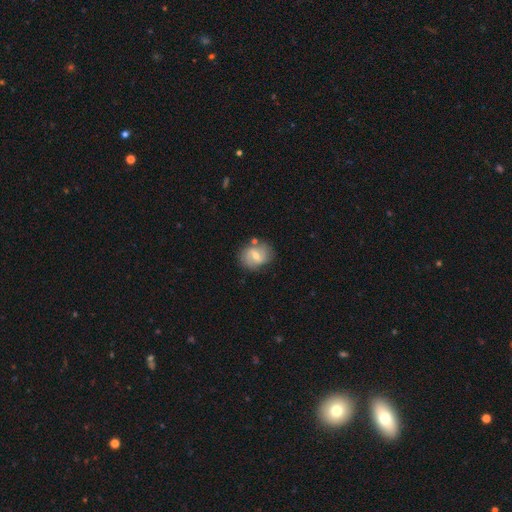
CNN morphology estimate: Smooth or featured?
  - featured or disk: 55% *
  - smooth: 37%
  - star or artifact: 8%
Edge-on disk?
  - no: 96% *
  - yes: 4%
Bar?
  - weak: 55% *
  - strong: 22%
  - no: 22%
Spiral arms?
  - yes: 70% *
  - no: 30%
Bulge size?
  - moderate: 58% *
  - small: 36%
  - large: 3%
  - none: 2%
  - dominant: 1%
Merging?
  - none: 71% *
  - minor disturbance: 17%
  - merger: 6%
  - major disturbance: 5%